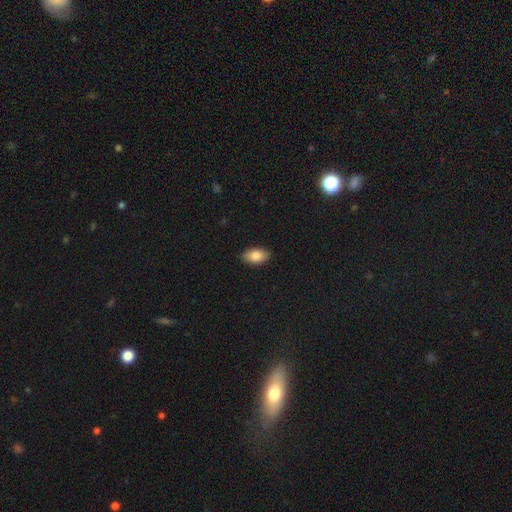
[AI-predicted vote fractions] The model was most divided on "smooth or featured": smooth: 85%, featured or disk: 8%, star or artifact: 7%. More confident: how rounded — in between (93%); merging — none (88%).